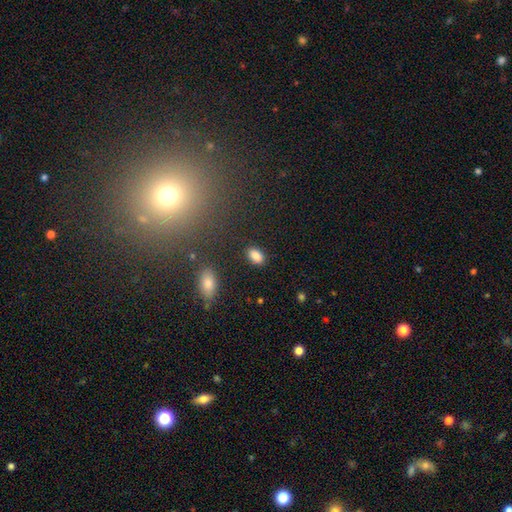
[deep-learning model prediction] A smooth galaxy with no disk features (86%) that is in between round and cigar-shaped (90%). Merging: none (84%).